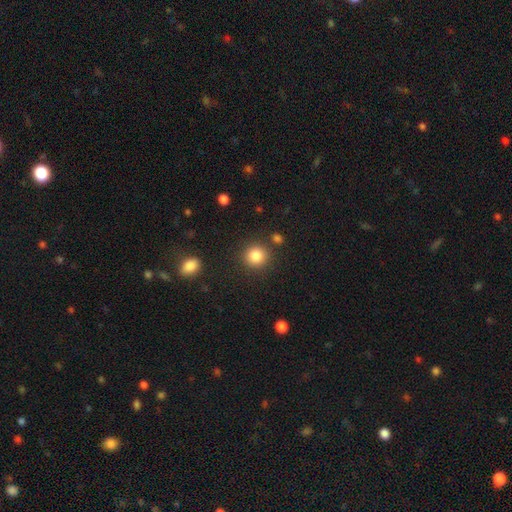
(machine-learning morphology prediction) type=smooth (85%); roundness=round (91%); merging=none (86%).